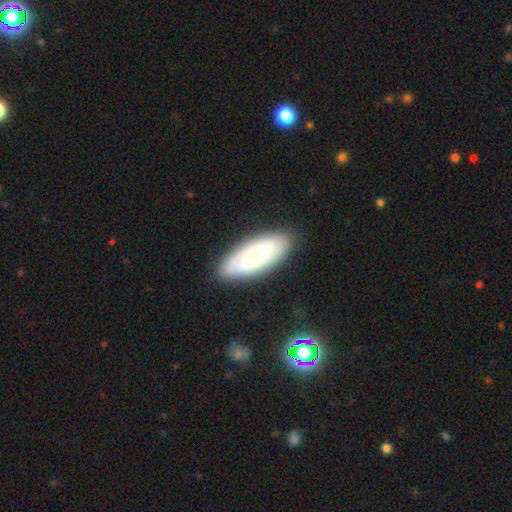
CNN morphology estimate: Smooth or featured? Predicted: smooth (p=0.52). How rounded? Predicted: in between (p=0.78). Merging? Predicted: none (p=0.86).